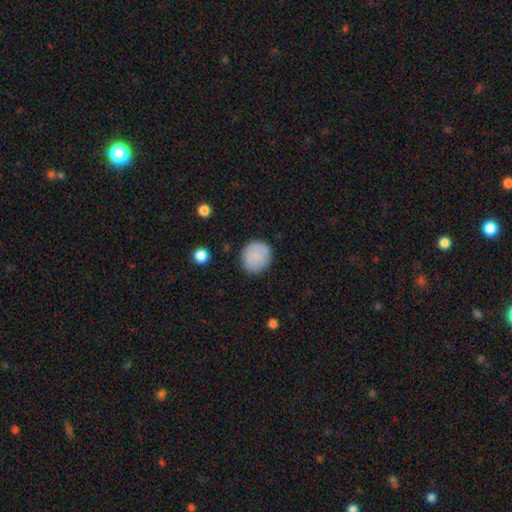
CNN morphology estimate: Smooth or featured?
  - smooth: 78% *
  - featured or disk: 15%
  - star or artifact: 7%
How rounded?
  - round: 91% *
  - in between: 8%
  - cigar-shaped: 1%
Merging?
  - none: 87% *
  - minor disturbance: 9%
  - major disturbance: 3%
  - merger: 1%